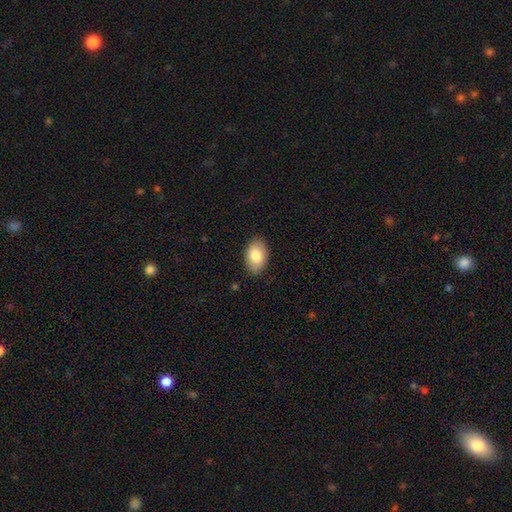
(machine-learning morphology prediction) Smooth or featured?
  - smooth: 82% *
  - featured or disk: 11%
  - star or artifact: 6%
How rounded?
  - in between: 91% *
  - round: 8%
  - cigar-shaped: 1%
Merging?
  - none: 86% *
  - minor disturbance: 11%
  - major disturbance: 2%
  - merger: 1%